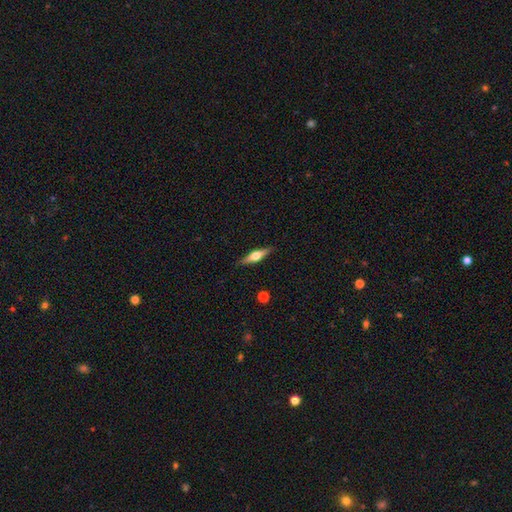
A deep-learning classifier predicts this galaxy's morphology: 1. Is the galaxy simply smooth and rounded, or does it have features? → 61% featured or disk, 33% smooth, 6% star or artifact.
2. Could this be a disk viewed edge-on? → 96% yes, 4% no.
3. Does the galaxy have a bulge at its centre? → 94% rounded, 4% boxy, 2% none.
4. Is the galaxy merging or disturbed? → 89% none, 8% minor disturbance, 2% major disturbance, 1% merger.